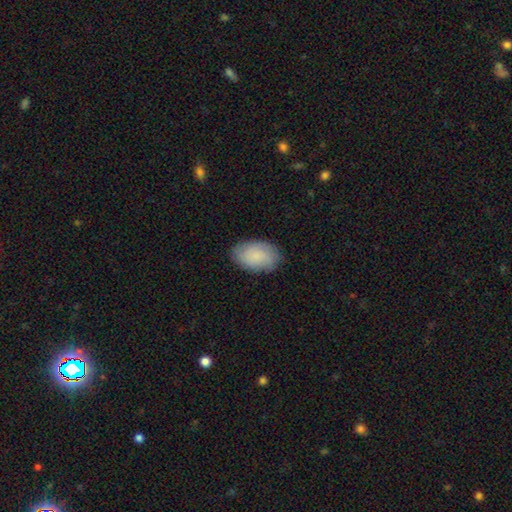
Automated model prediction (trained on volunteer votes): This appears to be a smooth galaxy with no disk features (77%) that is in between round and cigar-shaped (92%). Merging: none (83%).